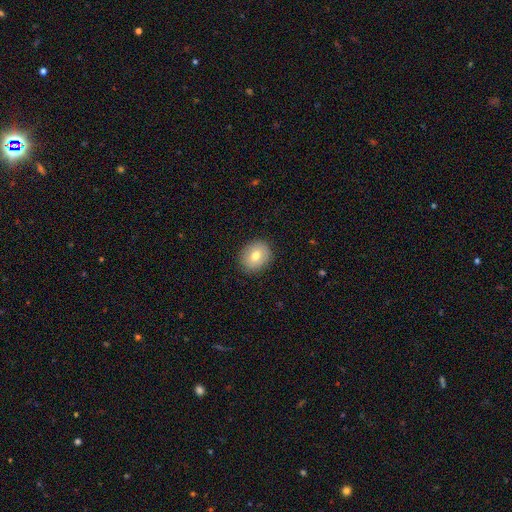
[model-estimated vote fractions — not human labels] Smooth or featured: smooth — 74% (featured or disk — 17%)
How rounded: round — 64% (in between — 35%)
Merging: none — 88% (minor disturbance — 8%)